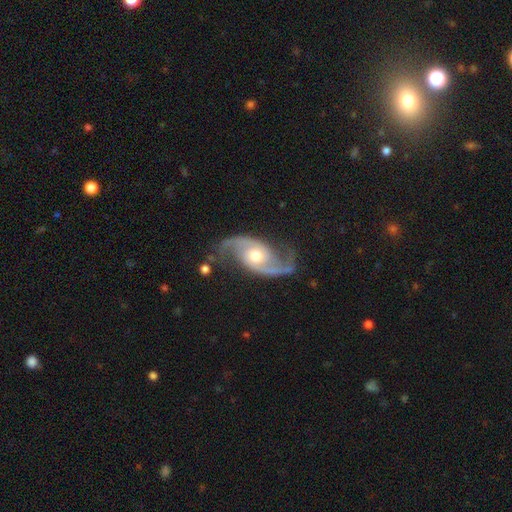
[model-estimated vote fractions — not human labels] Morphology: type=featured or disk (93%); edge-on=no (97%); bar=no (66%); spiral arms=yes (98%); winding=medium (46%); arm count=2 (95%); bulge=moderate (69%); merging=none (78%).